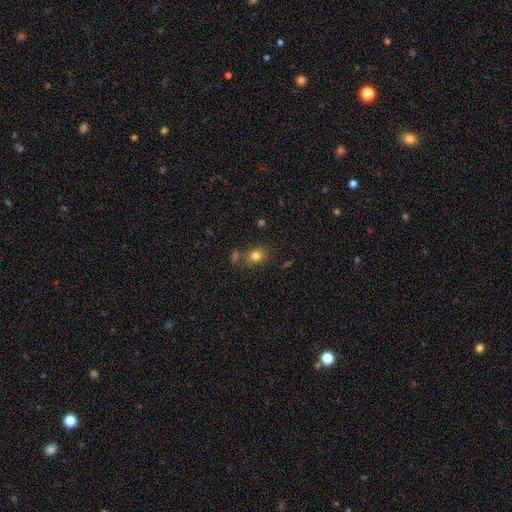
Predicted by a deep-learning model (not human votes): The model was most divided on "how rounded": round: 55%, in between: 44%, cigar-shaped: 1%. More confident: smooth or featured — smooth (81%); merging — none (70%).